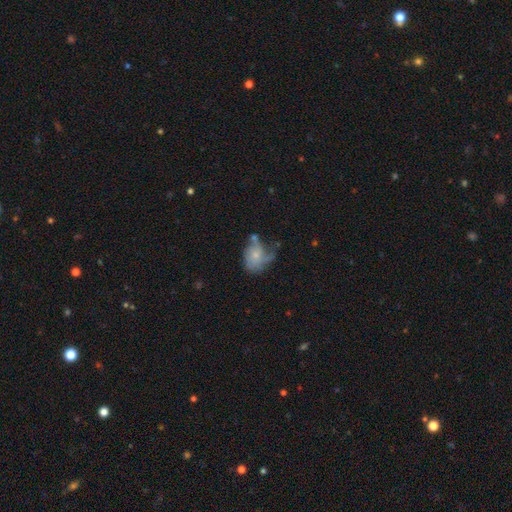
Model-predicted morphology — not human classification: type=smooth (48%); merging=major disturbance (32%).